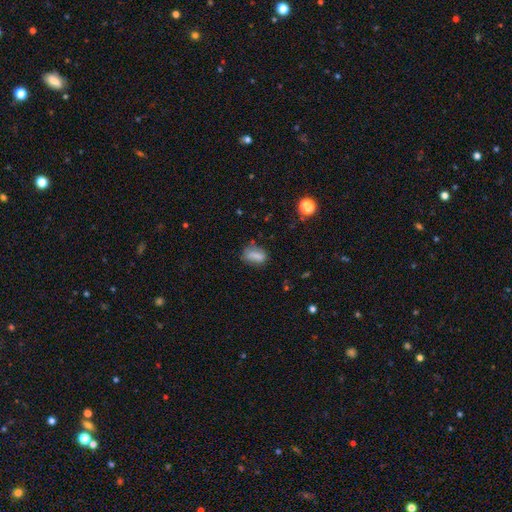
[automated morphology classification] Smooth or featured? smooth (77%)
How rounded? in between (78%)
Merging? none (60%)